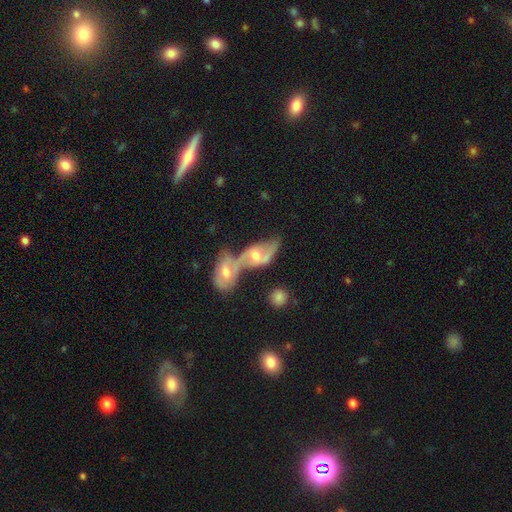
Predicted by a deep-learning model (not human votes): Smooth or featured? Predicted: featured or disk (p=0.64). Edge-on disk? Predicted: no (p=0.78). Merging? Predicted: merger (p=0.54).